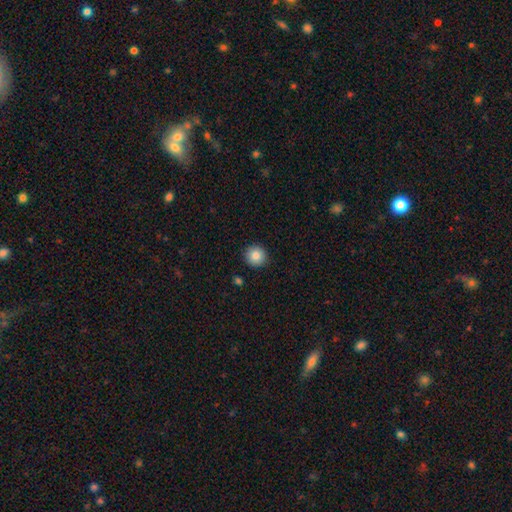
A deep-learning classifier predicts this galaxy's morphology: smooth 86%, star or artifact 9%, featured or disk 5%. Down the decision tree: how rounded — round (93%); merging — none (91%).